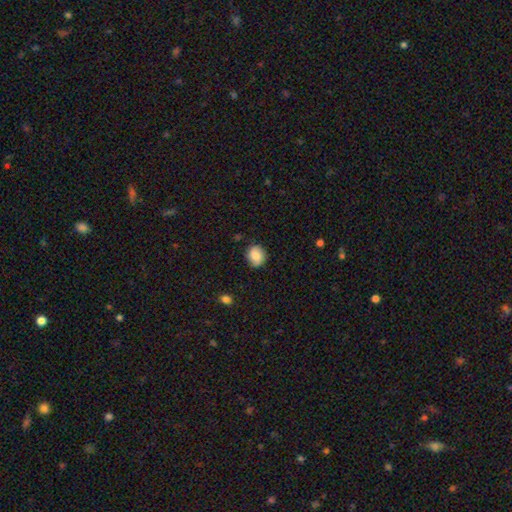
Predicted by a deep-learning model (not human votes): smooth-or-featured: smooth: 74% | featured or disk: 17% | star or artifact: 8%
  how-rounded: round: 69% | in between: 30% | cigar-shaped: 1%
  merging: none: 80% | minor disturbance: 16% | major disturbance: 3% | merger: 1%